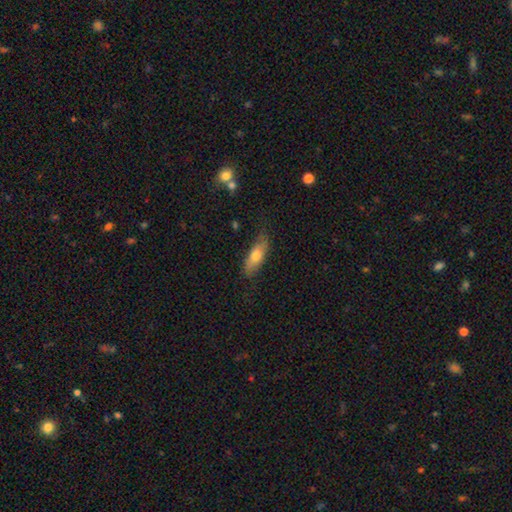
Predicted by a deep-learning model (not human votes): smooth 70%, featured or disk 24%, star or artifact 6%. Down the decision tree: how rounded — in between (62%); merging — none (76%).